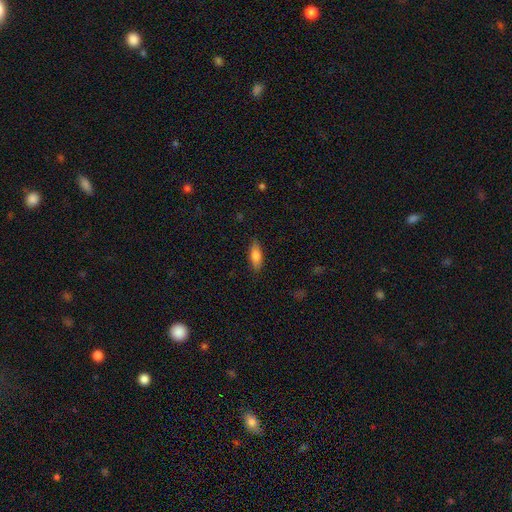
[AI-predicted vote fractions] A smooth galaxy with no disk features (80%) that is in between round and cigar-shaped (70%). Merging: none (85%).